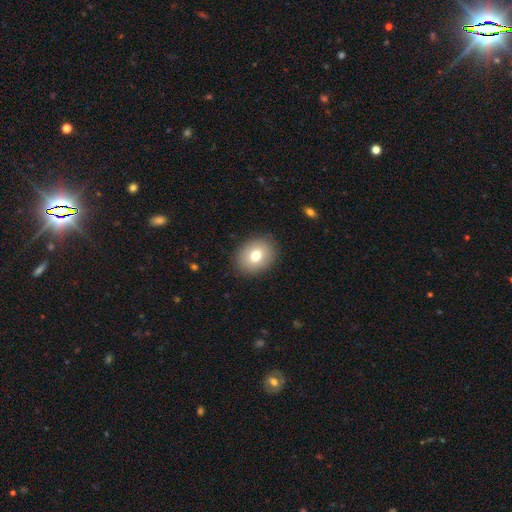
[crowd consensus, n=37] This appears to be a smooth galaxy with no disk features (84%) that is round (55%). Merging: none (89%).